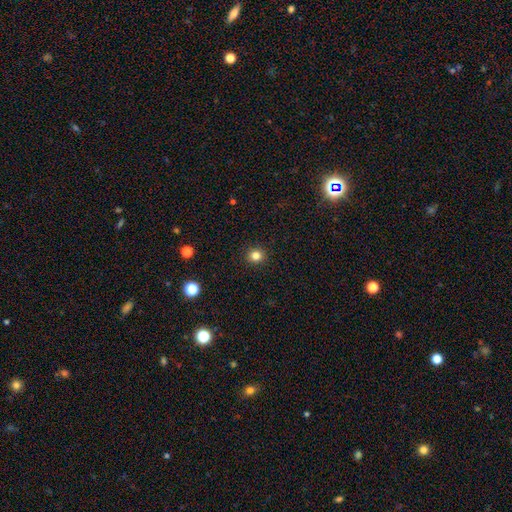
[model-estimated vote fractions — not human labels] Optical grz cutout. It shows a smooth galaxy with no disk features (82%) that is round (91%). Merging: none (92%).